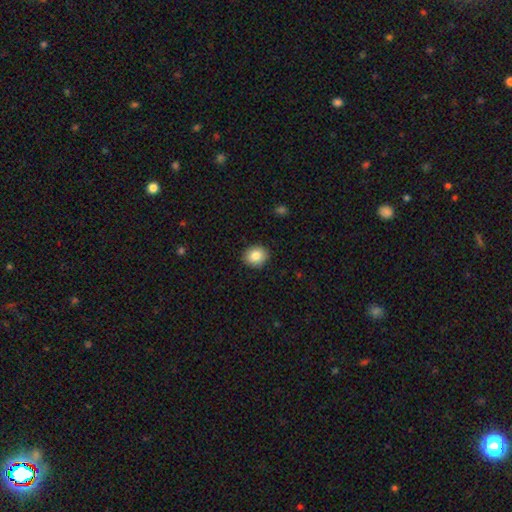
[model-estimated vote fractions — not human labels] This appears to be a smooth galaxy with no disk features (84%) that is round (76%). Merging: none (91%).